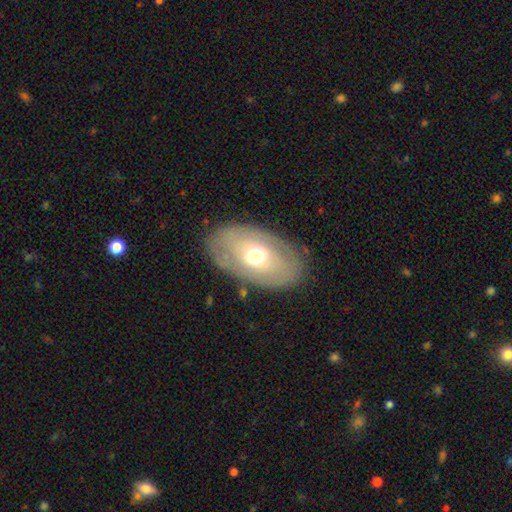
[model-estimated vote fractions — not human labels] Smooth or featured?
  - featured or disk: 47% *
  - smooth: 46%
  - star or artifact: 7%
Merging?
  - none: 81% *
  - minor disturbance: 13%
  - major disturbance: 5%
  - merger: 1%